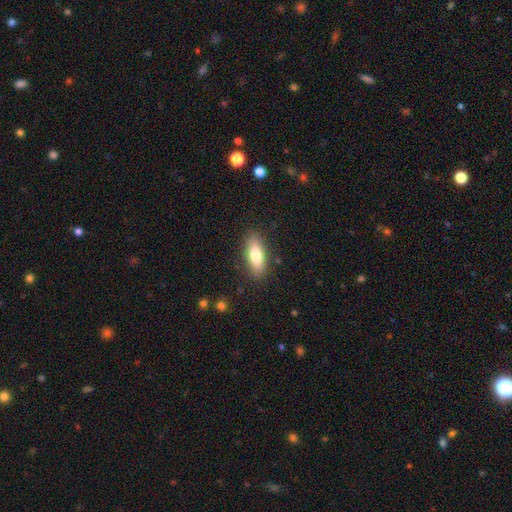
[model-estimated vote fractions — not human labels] Smooth or featured: smooth — 78% (featured or disk — 16%)
How rounded: in between — 68% (cigar-shaped — 30%)
Merging: none — 85% (minor disturbance — 11%)